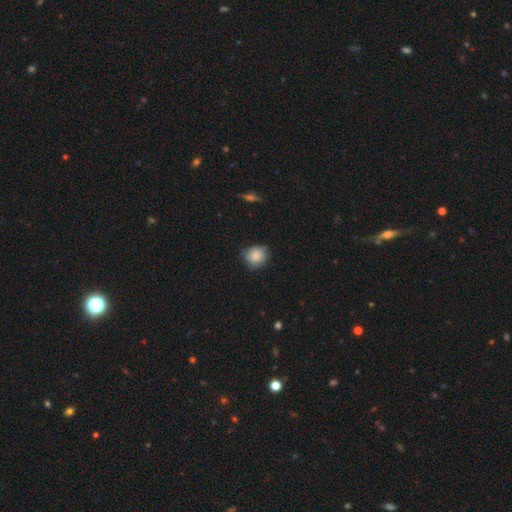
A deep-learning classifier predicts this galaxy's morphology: type=smooth (73%); roundness=round (82%); merging=none (66%).